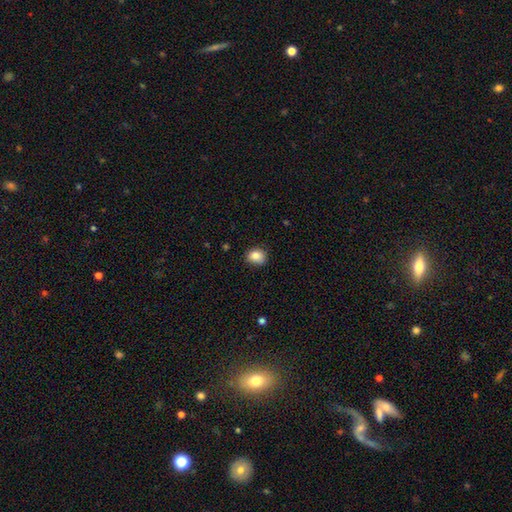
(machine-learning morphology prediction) Smooth or featured: smooth — 85% (star or artifact — 9%)
How rounded: round — 59% (in between — 40%)
Merging: none — 85% (minor disturbance — 12%)